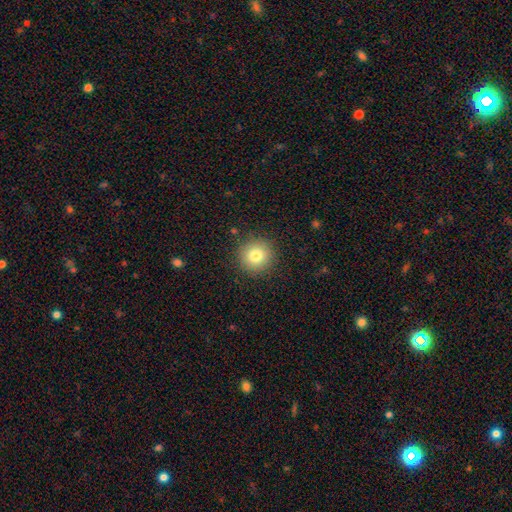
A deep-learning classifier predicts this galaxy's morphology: Smooth or featured?
  - smooth: 79% *
  - star or artifact: 11%
  - featured or disk: 9%
How rounded?
  - round: 94% *
  - in between: 5%
  - cigar-shaped: 1%
Merging?
  - none: 89% *
  - minor disturbance: 7%
  - major disturbance: 2%
  - merger: 1%